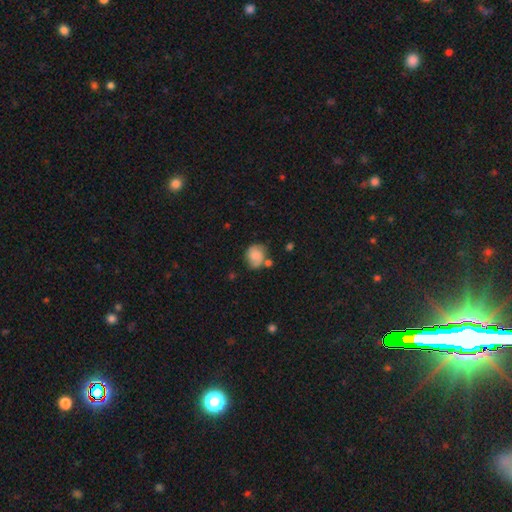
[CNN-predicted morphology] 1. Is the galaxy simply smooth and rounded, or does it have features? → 62% smooth, 28% featured or disk, 10% star or artifact.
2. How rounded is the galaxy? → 64% round, 35% in between, 1% cigar-shaped.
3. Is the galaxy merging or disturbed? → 56% none, 24% minor disturbance, 12% merger, 7% major disturbance.